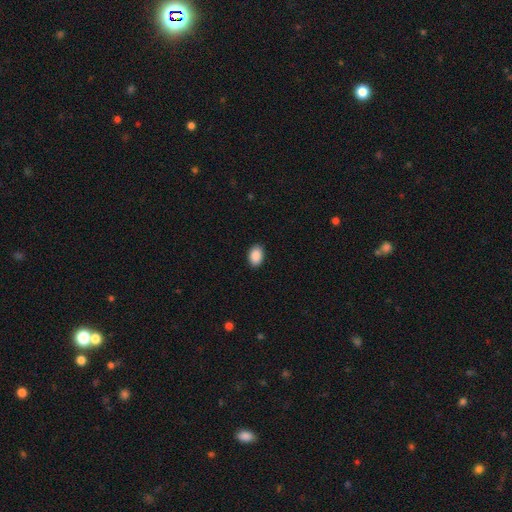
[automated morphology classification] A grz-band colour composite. It shows a smooth galaxy with no disk features (90%) that is in between round and cigar-shaped (86%). Merging: none (90%).